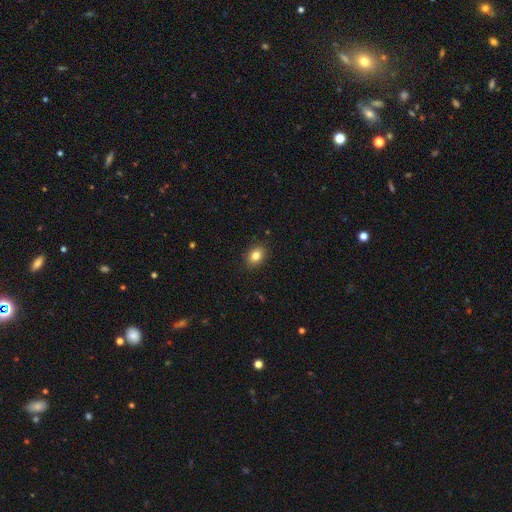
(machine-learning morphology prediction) Smooth or featured? Predicted: smooth (p=0.84). How rounded? Predicted: in between (p=0.63). Merging? Predicted: none (p=0.89).